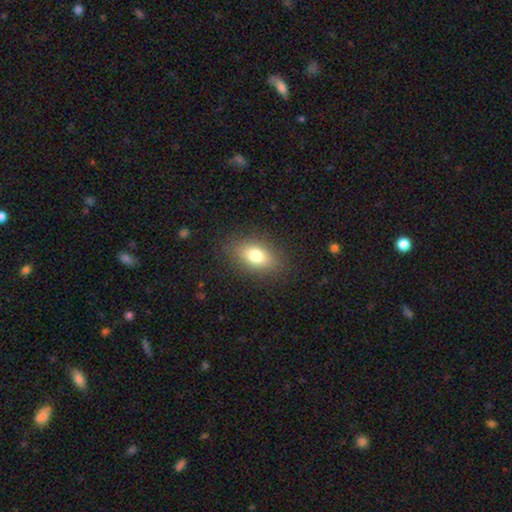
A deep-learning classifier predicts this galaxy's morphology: A smooth galaxy with no disk features (78%) that is in between round and cigar-shaped (85%).

Vote fractions:
- Smooth or featured? smooth: 78% / featured or disk: 13% / star or artifact: 9%
- How rounded? in between: 85% / round: 11% / cigar-shaped: 4%
- Merging? none: 85% / minor disturbance: 10% / major disturbance: 4% / merger: 1%